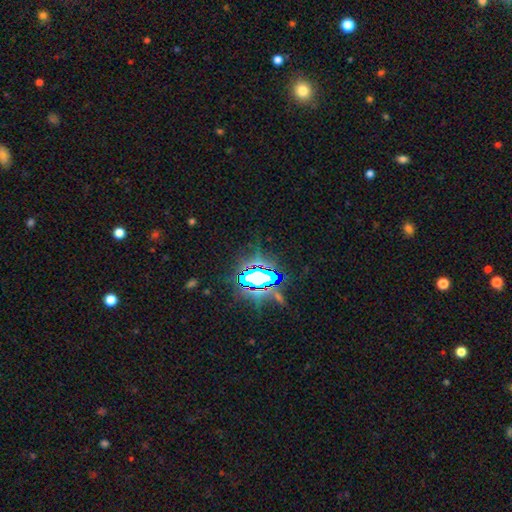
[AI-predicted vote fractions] smooth_or_featured: star or artifact (p=0.80) [alt: smooth p=0.12]